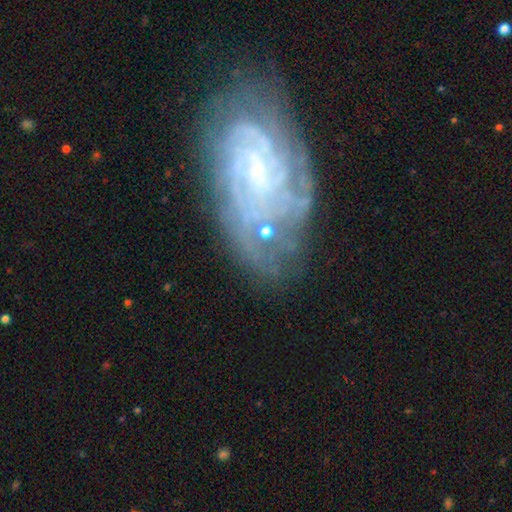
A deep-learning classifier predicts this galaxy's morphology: Smooth or featured: featured or disk — 82% (smooth — 10%)
Edge-on disk: no — 96% (yes — 4%)
Bar: no — 65% (weak — 28%)
Spiral arms: yes — 94% (no — 6%)
Spiral winding: tight — 69% (medium — 25%)
Spiral arm count: can't tell — 35% (4 — 18%)
Bulge size: small — 80% (moderate — 9%)
Merging: none — 63% (minor disturbance — 20%)